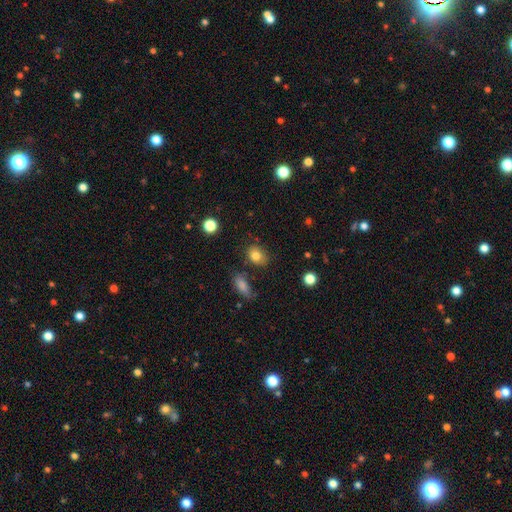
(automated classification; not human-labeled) Overall: smooth (82%). How rounded: in between (55%; round 43%). Merging: none (74%).